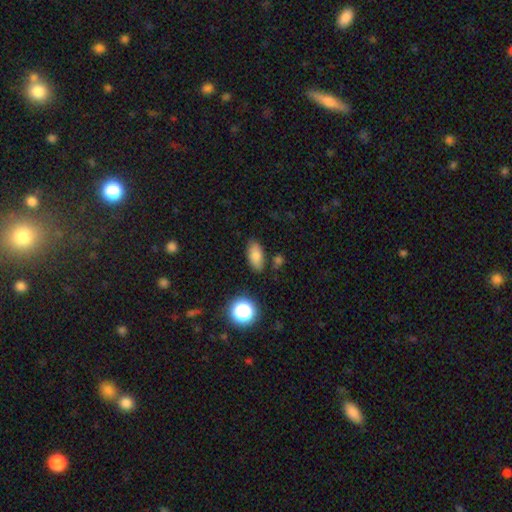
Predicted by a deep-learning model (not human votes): Overall: smooth (80%). How rounded: in between (87%). Merging: none (80%).